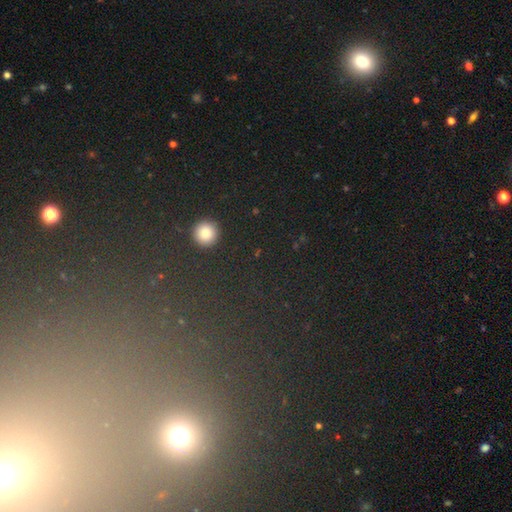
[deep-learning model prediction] smooth_or_featured: star or artifact (p=0.65) [alt: smooth p=0.23]